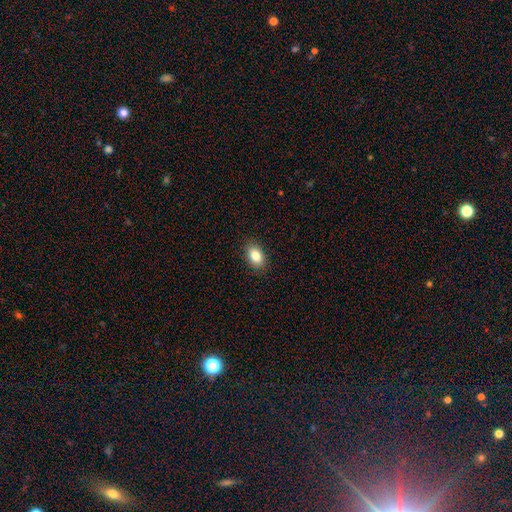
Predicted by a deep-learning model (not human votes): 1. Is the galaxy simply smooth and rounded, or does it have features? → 85% smooth, 8% star or artifact, 7% featured or disk.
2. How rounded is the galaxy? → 87% in between, 12% round, 1% cigar-shaped.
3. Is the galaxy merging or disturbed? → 89% none, 8% minor disturbance, 2% major disturbance, 1% merger.